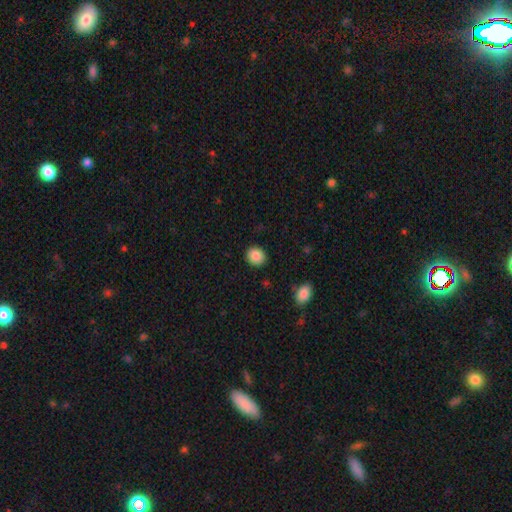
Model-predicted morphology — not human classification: type=smooth (87%); roundness=round (78%); merging=none (90%).